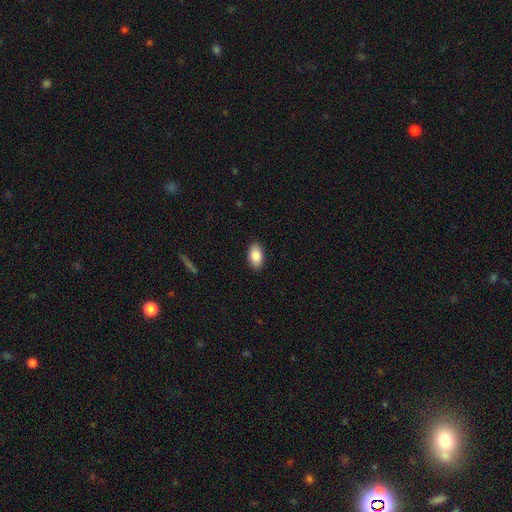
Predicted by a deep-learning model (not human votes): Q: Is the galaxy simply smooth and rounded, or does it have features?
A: smooth — 86%.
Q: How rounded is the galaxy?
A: in between — 93%.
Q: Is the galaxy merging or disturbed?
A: none — 89%.